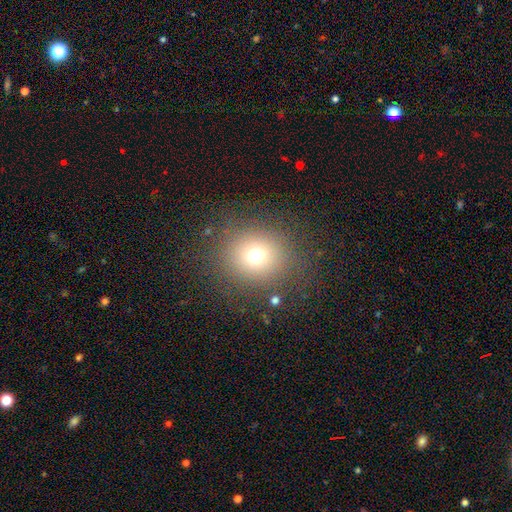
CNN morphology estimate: Smooth or featured?
  - smooth: 71% *
  - star or artifact: 18%
  - featured or disk: 11%
How rounded?
  - round: 86% *
  - in between: 14%
  - cigar-shaped: 1%
Merging?
  - none: 84% *
  - minor disturbance: 9%
  - major disturbance: 6%
  - merger: 2%